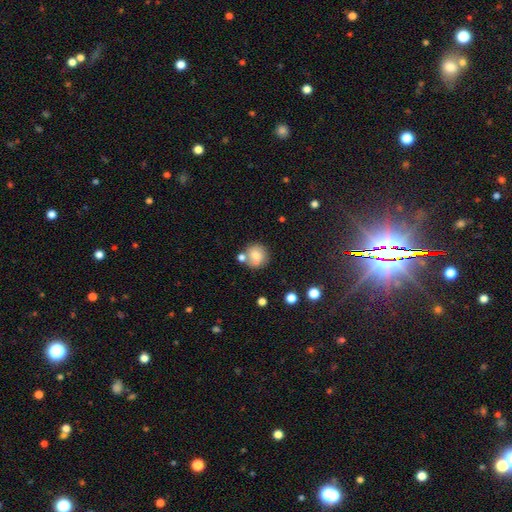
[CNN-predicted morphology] This appears to be a smooth galaxy with no disk features (77%) that is round (90%). Merging: none (65%).